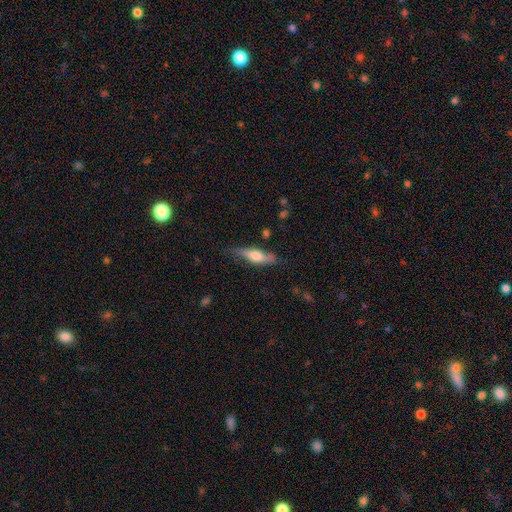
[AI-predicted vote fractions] smooth_or_featured: smooth (p=0.56) [alt: featured or disk p=0.39]
how_rounded: cigar-shaped (p=0.67) [alt: in between p=0.31]
merging: none (p=0.70) [alt: minor disturbance p=0.23]